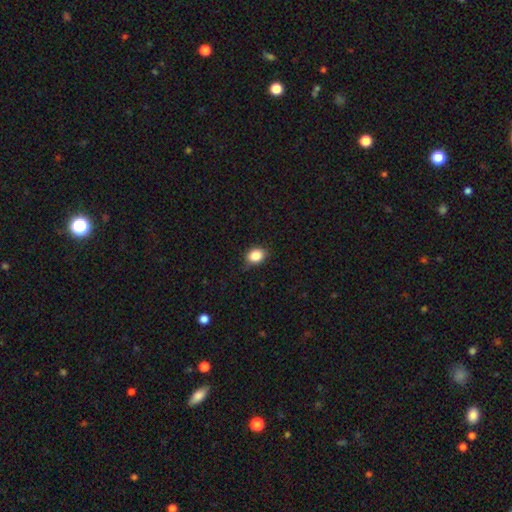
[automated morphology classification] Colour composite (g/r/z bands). It shows a smooth galaxy with no disk features (86%) that is in between round and cigar-shaped (60%). Merging: none (80%).